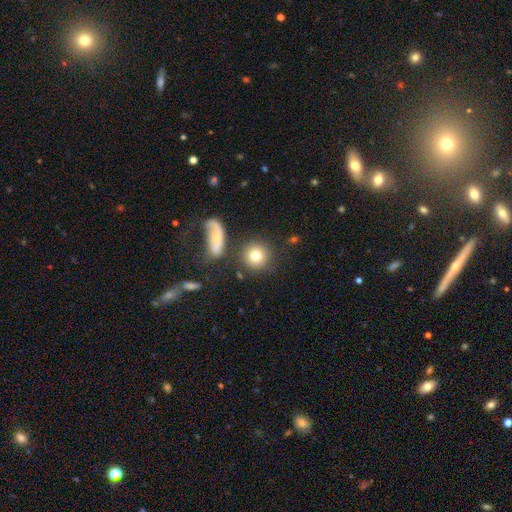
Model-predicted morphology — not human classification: A smooth galaxy with no disk features (77%) that is round (90%).

Vote fractions:
- Smooth or featured? smooth: 77% / featured or disk: 13% / star or artifact: 10%
- How rounded? round: 90% / in between: 8% / cigar-shaped: 1%
- Merging? none: 74% / merger: 11% / minor disturbance: 10% / major disturbance: 5%